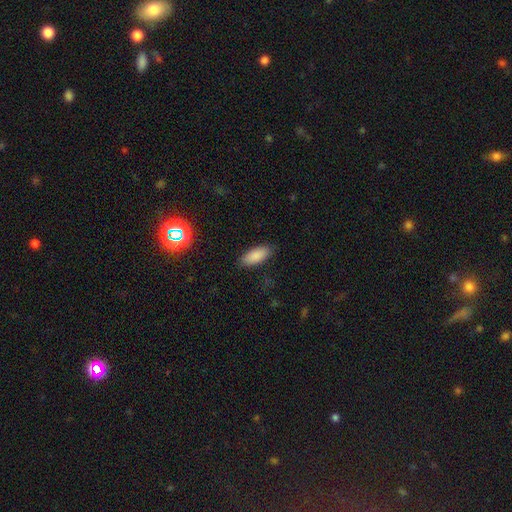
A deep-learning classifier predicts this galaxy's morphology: smooth 87%, star or artifact 8%, featured or disk 5%. Down the decision tree: how rounded — in between (81%); merging — none (87%).